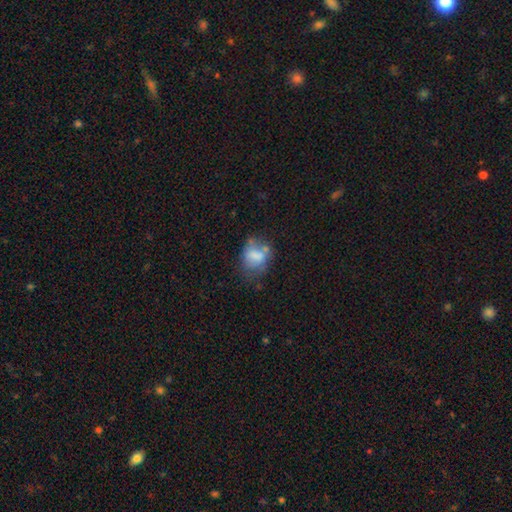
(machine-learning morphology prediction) smooth_or_featured: smooth (p=0.62) [alt: featured or disk p=0.28]
how_rounded: in between (p=0.55) [alt: round p=0.43]
merging: none (p=0.37) [alt: minor disturbance p=0.28]